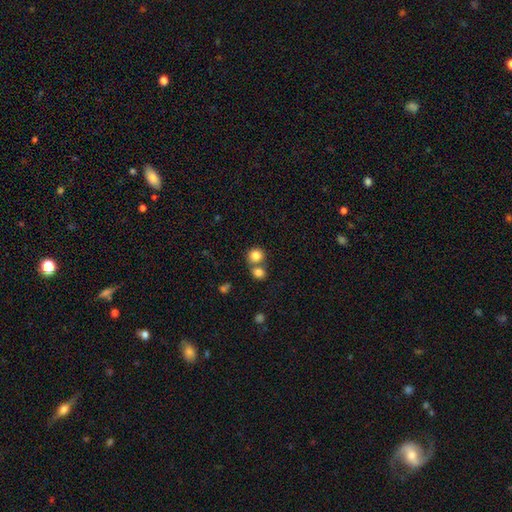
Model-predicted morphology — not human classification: Smooth or featured: smooth — 83% (star or artifact — 10%)
How rounded: round — 86% (in between — 13%)
Merging: none — 52% (merger — 37%)